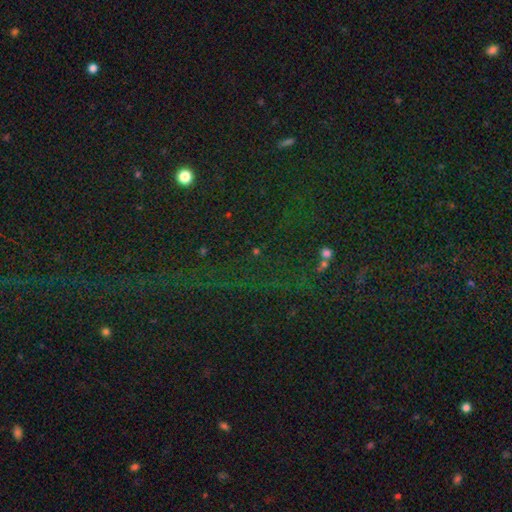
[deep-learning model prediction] Q: Smooth or featured?
A: star or artifact (80%); runner-up: smooth (12%)